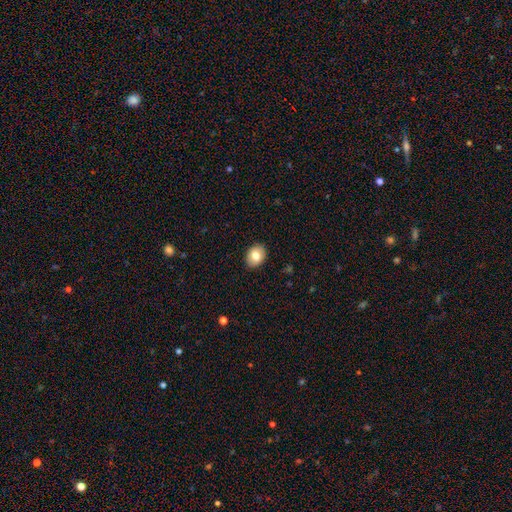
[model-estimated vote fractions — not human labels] Smooth or featured? smooth (77%)
How rounded? in between (62%)
Merging? none (89%)